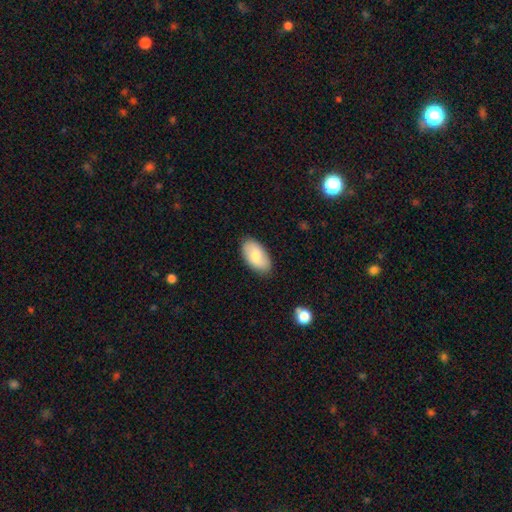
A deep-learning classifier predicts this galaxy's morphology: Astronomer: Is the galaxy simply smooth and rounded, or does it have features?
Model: smooth — 75%.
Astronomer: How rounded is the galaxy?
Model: in between — 95%.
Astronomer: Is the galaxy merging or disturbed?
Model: none — 85%.